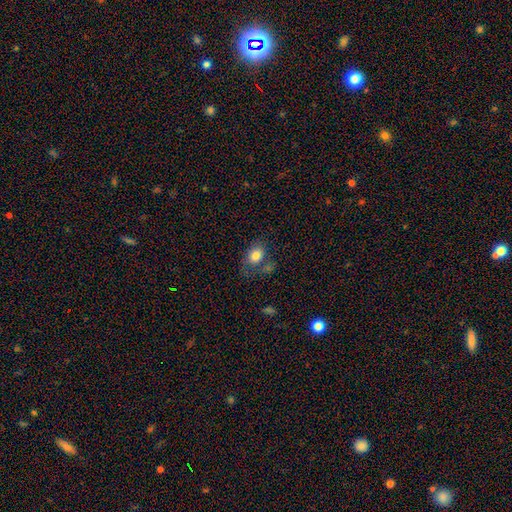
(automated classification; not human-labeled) smooth-or-featured: smooth: 80% | featured or disk: 11% | star or artifact: 9%
  how-rounded: in between: 66% | round: 32% | cigar-shaped: 1%
  merging: none: 51% | minor disturbance: 24% | major disturbance: 14% | merger: 12%